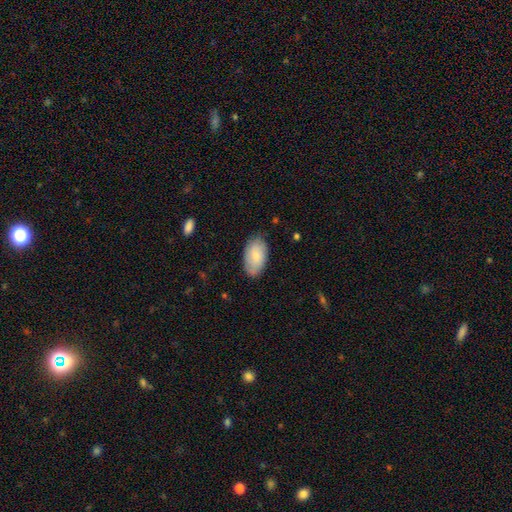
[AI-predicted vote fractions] A smooth galaxy with no disk features (79%) that is in between round and cigar-shaped (95%).

Vote fractions:
- Smooth or featured? smooth: 79% / featured or disk: 15% / star or artifact: 6%
- How rounded? in between: 95% / round: 4% / cigar-shaped: 2%
- Merging? none: 78% / minor disturbance: 18% / major disturbance: 3% / merger: 1%